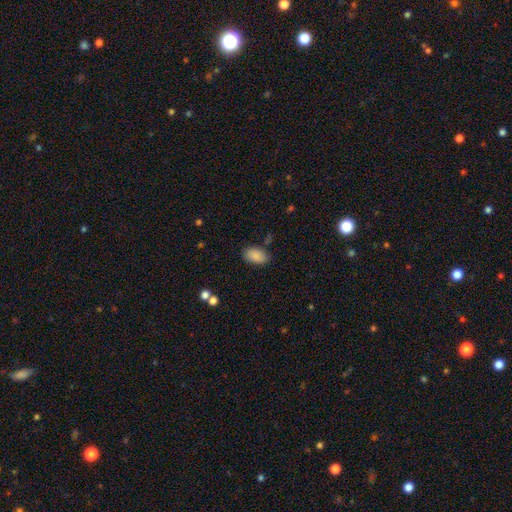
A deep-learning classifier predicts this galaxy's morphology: type=smooth (88%); roundness=in between (93%); merging=none (80%).